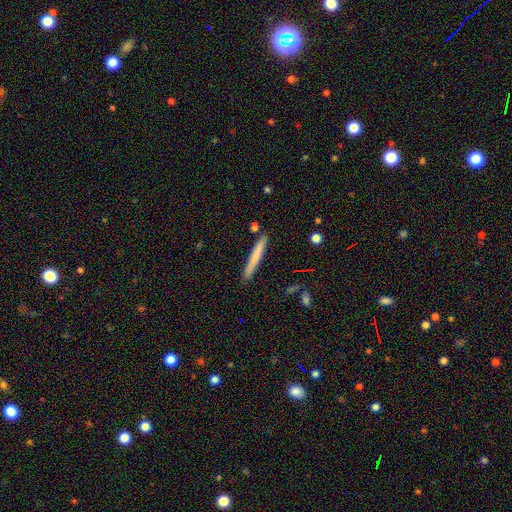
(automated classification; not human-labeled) Morphology: type=smooth (70%); roundness=cigar-shaped (96%); merging=none (87%).